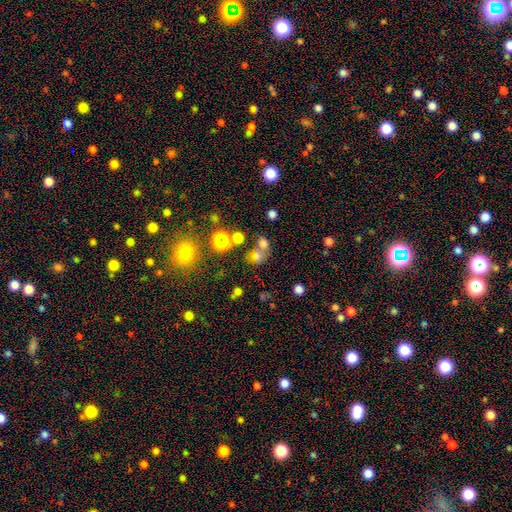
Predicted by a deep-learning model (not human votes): A smooth galaxy with no disk features (60%) that is round (56%). Merging: merger (43%).